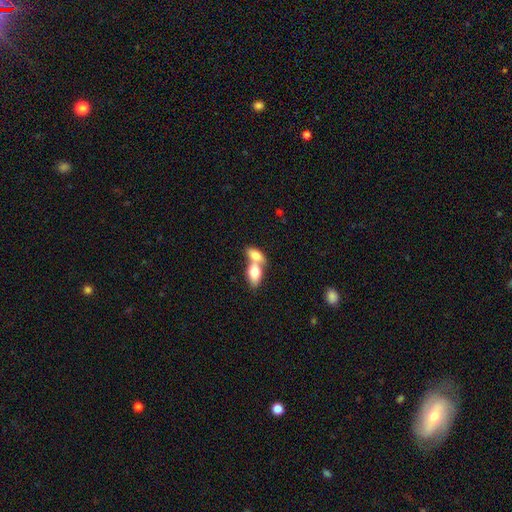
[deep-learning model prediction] smooth 78%, featured or disk 16%, star or artifact 6%. Down the decision tree: how rounded — in between (88%); merging — merger (76%).